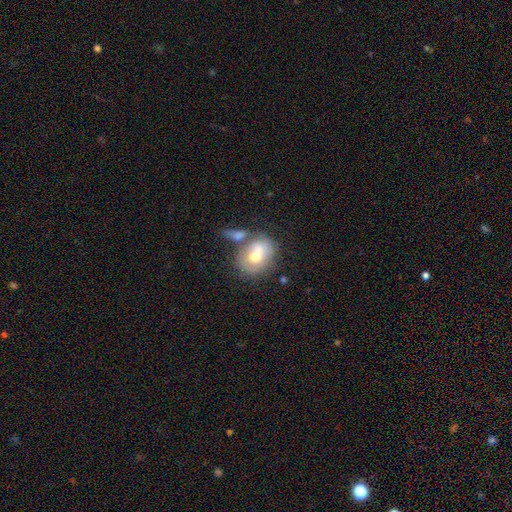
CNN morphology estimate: Q: Smooth or featured?
A: smooth (60%); runner-up: featured or disk (33%)
Q: How rounded?
A: round (55%); runner-up: in between (44%)
Q: Merging?
A: none (40%); runner-up: merger (35%)